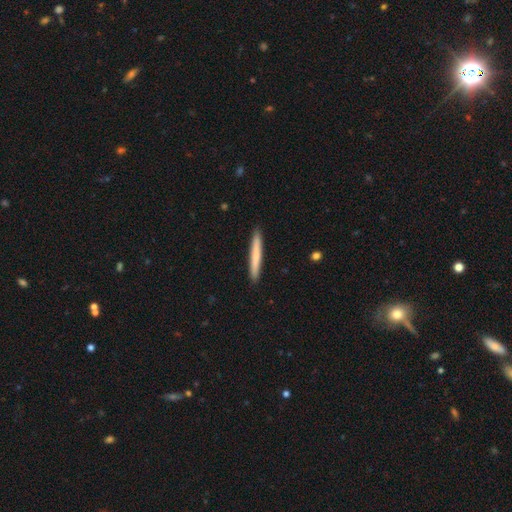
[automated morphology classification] Smooth or featured: smooth — 72% (featured or disk — 23%)
How rounded: cigar-shaped — 96% (in between — 2%)
Merging: none — 92% (minor disturbance — 6%)